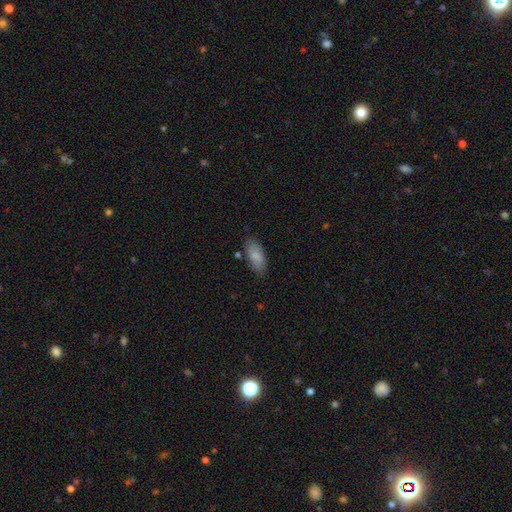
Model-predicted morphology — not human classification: smooth-or-featured: smooth: 85% | featured or disk: 8% | star or artifact: 6%
  how-rounded: in between: 89% | cigar-shaped: 9% | round: 2%
  merging: none: 80% | minor disturbance: 14% | major disturbance: 3% | merger: 2%